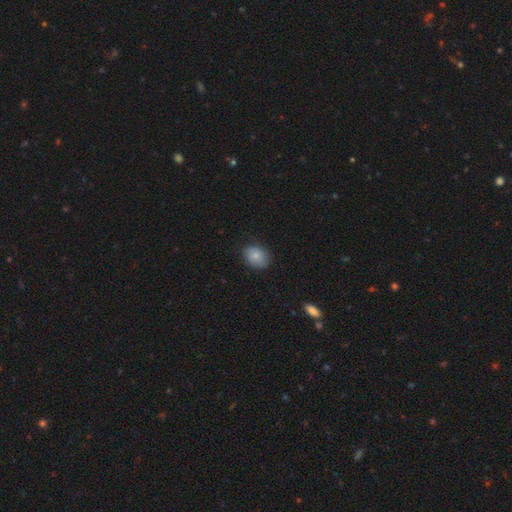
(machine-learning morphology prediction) A smooth galaxy with no disk features (84%) that is in between round and cigar-shaped (67%). Merging: none (82%).